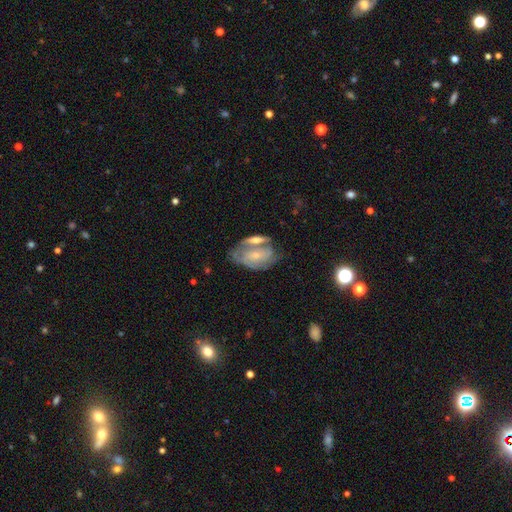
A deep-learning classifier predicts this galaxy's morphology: This is likely a featured or disk galaxy (64%). It is clearly not viewed edge-on (94%). Bar: possibly no (58%). Spiral arm pattern: likely yes (79%). Central bulge: possibly small (59%). Merging: marginally merger (39%).